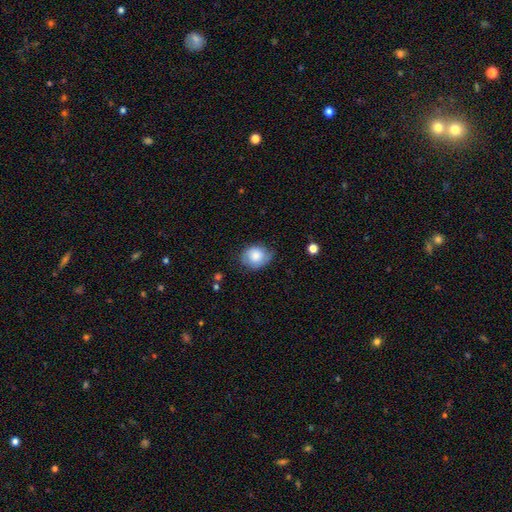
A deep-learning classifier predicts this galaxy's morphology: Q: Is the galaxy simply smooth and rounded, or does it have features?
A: smooth — 77%.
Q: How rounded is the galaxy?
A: round — 62%.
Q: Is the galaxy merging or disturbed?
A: none — 61%.